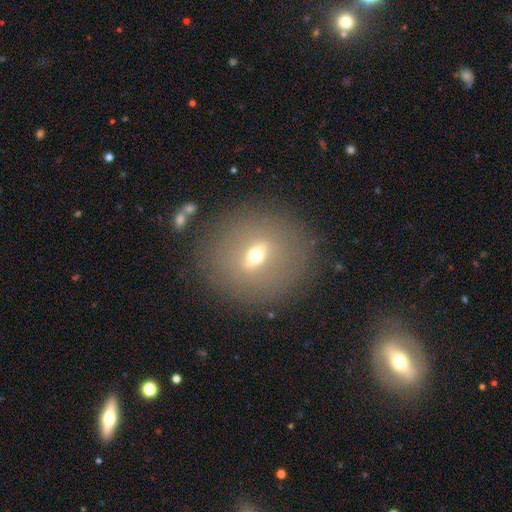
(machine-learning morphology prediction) A featured or disk galaxy (48%). Merging: none (85%).